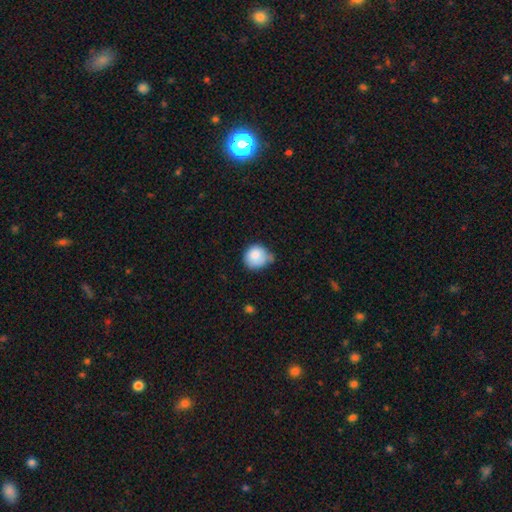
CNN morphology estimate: Smooth or featured: smooth — 85% (star or artifact — 8%)
How rounded: round — 88% (in between — 12%)
Merging: none — 49% (minor disturbance — 36%)